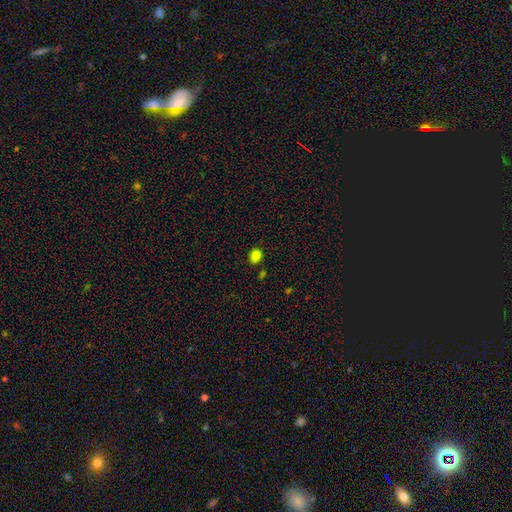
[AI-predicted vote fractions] Smooth or featured?
  - smooth: 83% *
  - star or artifact: 13%
  - featured or disk: 4%
How rounded?
  - round: 57% *
  - in between: 42%
  - cigar-shaped: 1%
Merging?
  - none: 83% *
  - minor disturbance: 10%
  - merger: 4%
  - major disturbance: 3%